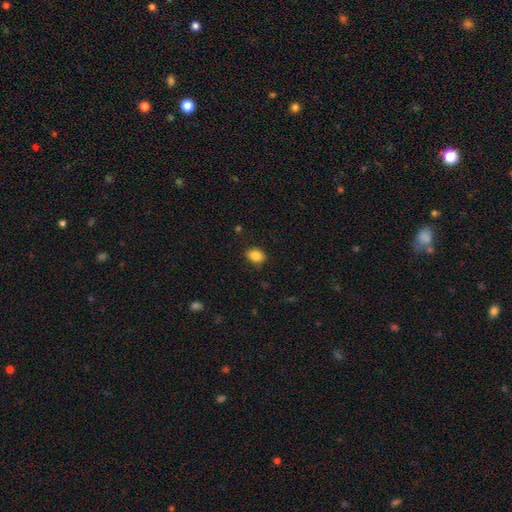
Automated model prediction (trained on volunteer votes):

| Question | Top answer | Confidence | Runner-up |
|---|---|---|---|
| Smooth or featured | smooth | 85% | star or artifact (9%) |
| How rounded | in between | 60% | round (39%) |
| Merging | none | 86% | minor disturbance (11%) |